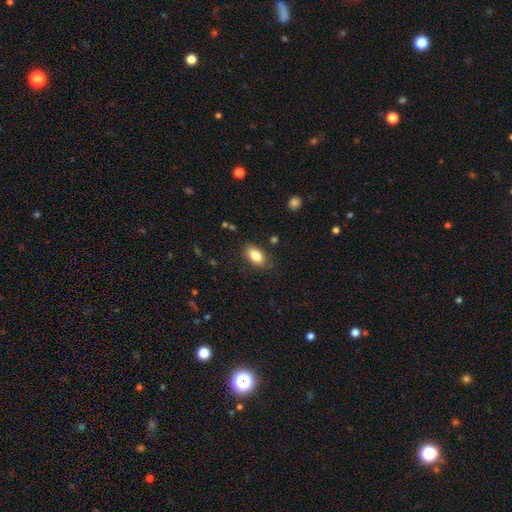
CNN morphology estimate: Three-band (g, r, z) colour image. It shows a smooth galaxy with no disk features (84%) that is in between round and cigar-shaped (91%). Merging: none (82%).